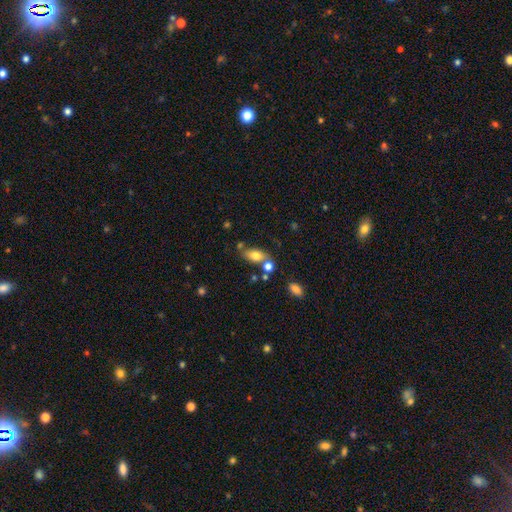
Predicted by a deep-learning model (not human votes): smooth_or_featured: smooth (p=0.72) [alt: featured or disk p=0.19]
how_rounded: in between (p=0.83) [alt: round p=0.11]
merging: none (p=0.58) [alt: merger p=0.21]